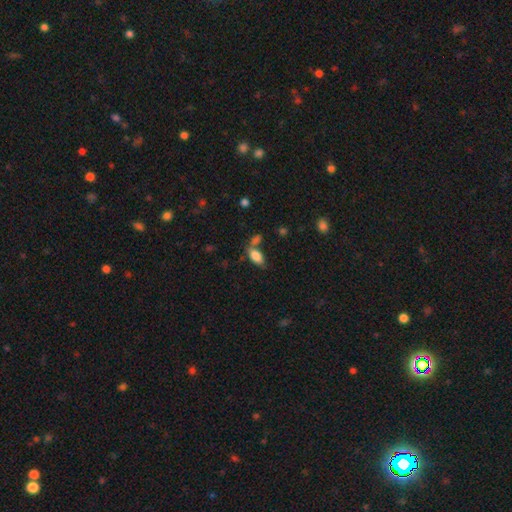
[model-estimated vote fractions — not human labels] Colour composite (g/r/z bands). It shows a smooth galaxy with no disk features (80%) that is in between round and cigar-shaped (88%). Merging: none (54%).